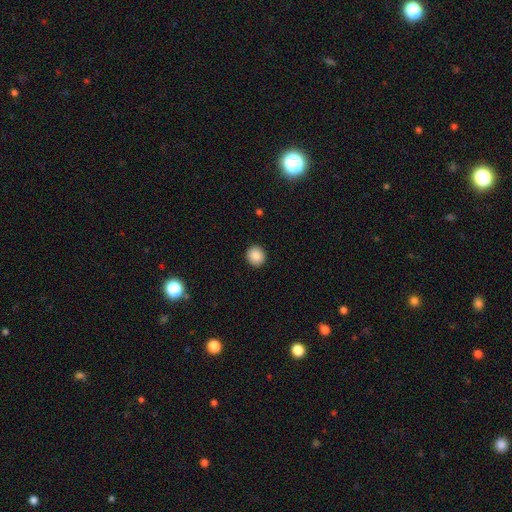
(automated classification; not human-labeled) Smooth or featured?
  - smooth: 88% *
  - star or artifact: 9%
  - featured or disk: 3%
How rounded?
  - round: 90% *
  - in between: 9%
  - cigar-shaped: 1%
Merging?
  - none: 92% *
  - minor disturbance: 5%
  - major disturbance: 2%
  - merger: 1%